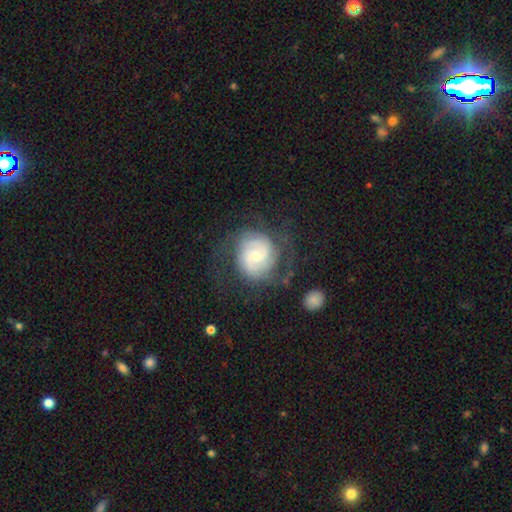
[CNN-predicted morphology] Smooth or featured: featured or disk — 79% (smooth — 15%)
Edge-on disk: no — 98% (yes — 2%)
Bar: weak — 46% (no — 45%)
Spiral arms: yes — 95% (no — 5%)
Spiral winding: tight — 48% (medium — 38%)
Spiral arm count: 2 — 60% (can't tell — 19%)
Bulge size: small — 57% (moderate — 34%)
Merging: none — 64% (minor disturbance — 17%)